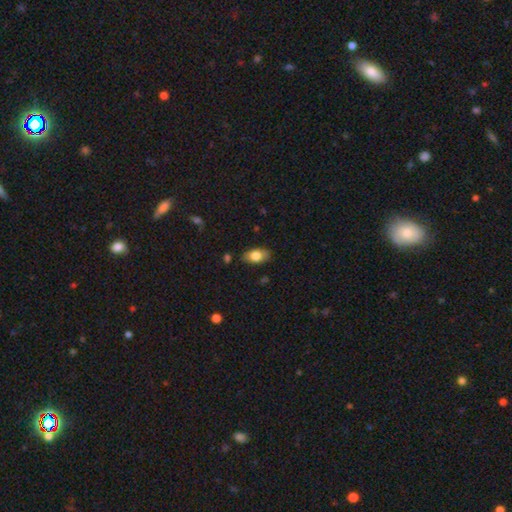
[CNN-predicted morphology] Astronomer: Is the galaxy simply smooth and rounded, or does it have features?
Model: smooth — 77%.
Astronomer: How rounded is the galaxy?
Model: in between — 91%.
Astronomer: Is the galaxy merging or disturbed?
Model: none — 83%.